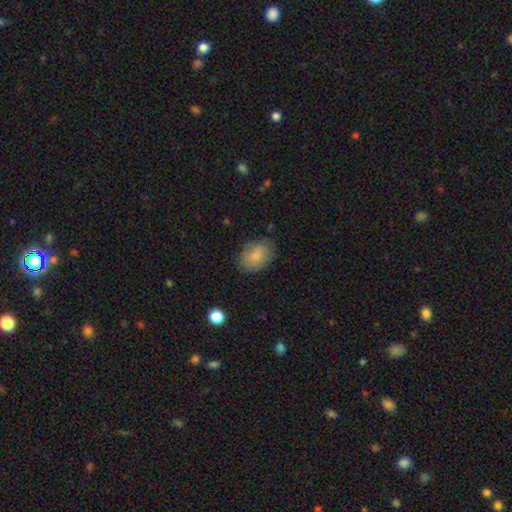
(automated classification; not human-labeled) smooth-or-featured: smooth: 80% | featured or disk: 13% | star or artifact: 7%
  how-rounded: in between: 82% | round: 17% | cigar-shaped: 1%
  merging: none: 75% | minor disturbance: 19% | major disturbance: 5% | merger: 1%